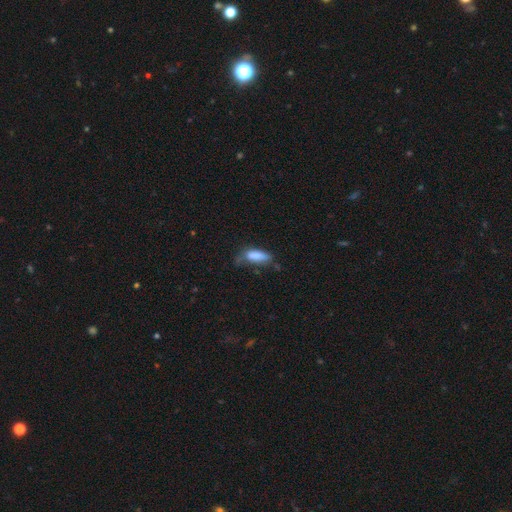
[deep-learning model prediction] smooth-or-featured: smooth: 82% | featured or disk: 10% | star or artifact: 8%
  how-rounded: in between: 68% | cigar-shaped: 29% | round: 2%
  merging: none: 40% | minor disturbance: 37% | major disturbance: 18% | merger: 4%